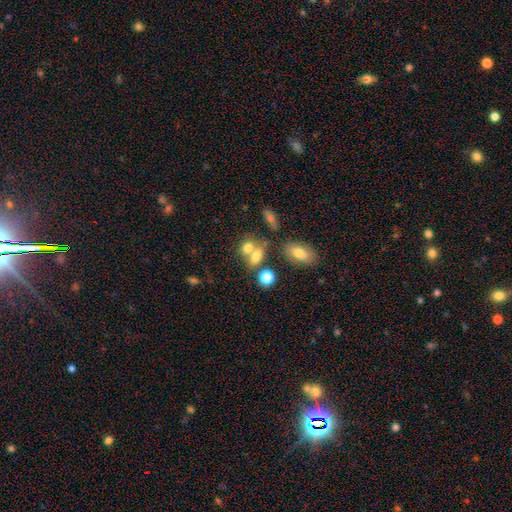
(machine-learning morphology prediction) Smooth or featured?
  - smooth: 71% *
  - featured or disk: 15%
  - star or artifact: 15%
How rounded?
  - in between: 60% *
  - round: 37%
  - cigar-shaped: 3%
Merging?
  - merger: 51% *
  - none: 34%
  - minor disturbance: 10%
  - major disturbance: 6%